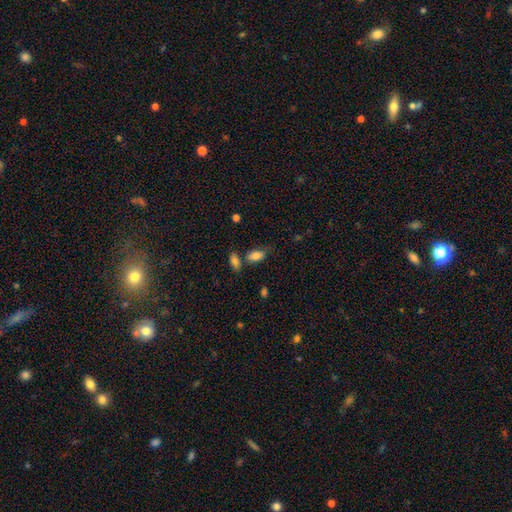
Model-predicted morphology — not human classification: smooth 82%, featured or disk 10%, star or artifact 8%. Down the decision tree: how rounded — in between (90%); merging — none (56%).